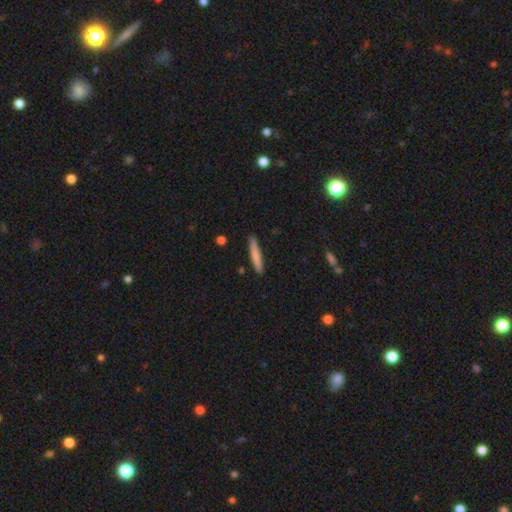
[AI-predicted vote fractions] A smooth galaxy with no disk features (76%) that is cigar-shaped (94%). Merging: none (90%).